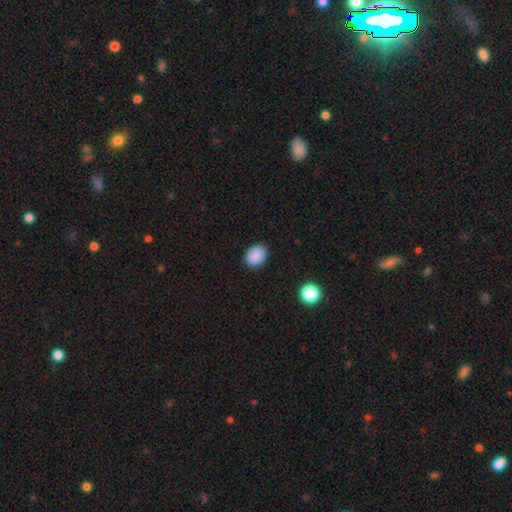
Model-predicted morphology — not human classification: A smooth galaxy with no disk features (89%) that is in between round and cigar-shaped (59%). Merging: none (88%).